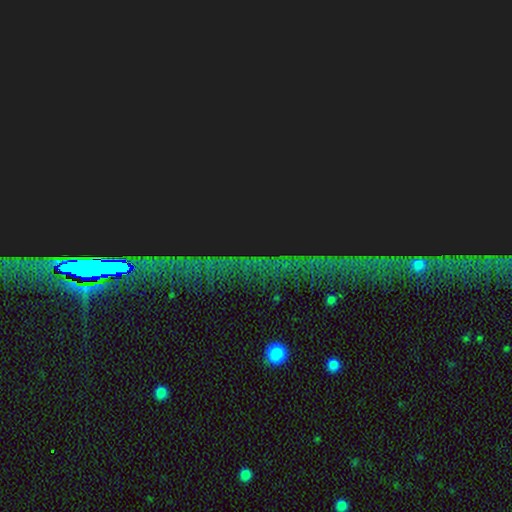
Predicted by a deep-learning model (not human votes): smooth_or_featured: star or artifact (p=0.84) [alt: smooth p=0.08]